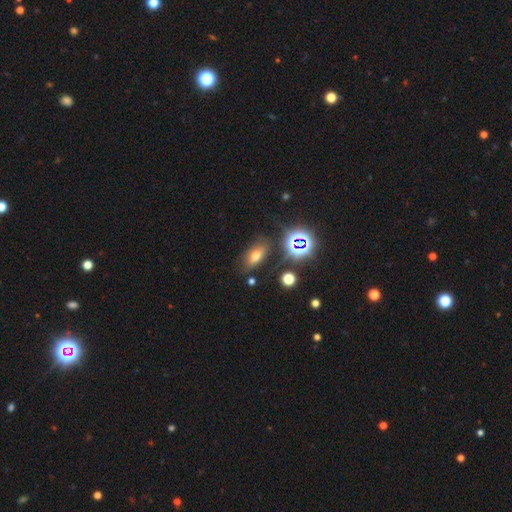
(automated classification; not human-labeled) This is possibly a smooth galaxy (60%). How rounded: likely in between (80%). Merging: likely none (77%).